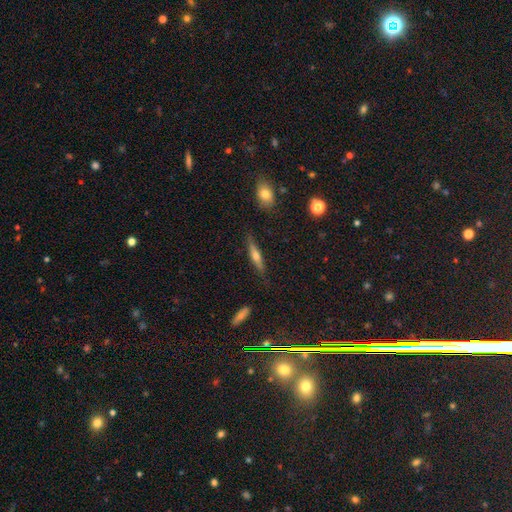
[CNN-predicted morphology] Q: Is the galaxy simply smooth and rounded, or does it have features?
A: featured or disk — 52%.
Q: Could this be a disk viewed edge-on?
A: yes — 93%.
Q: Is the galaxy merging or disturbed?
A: none — 84%.